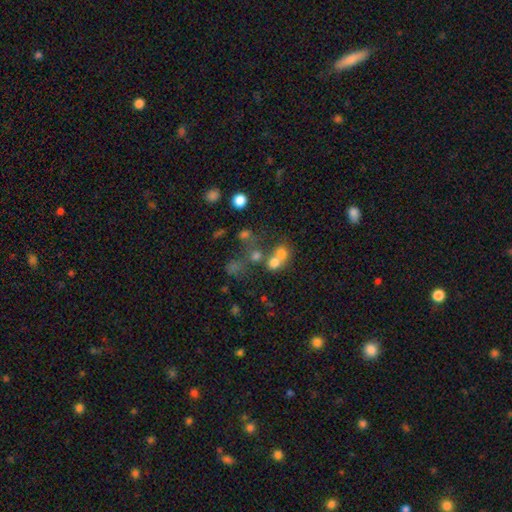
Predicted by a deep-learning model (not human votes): This appears to be a smooth galaxy with no disk features (59%) that is round (76%). Merging: merger (46%).